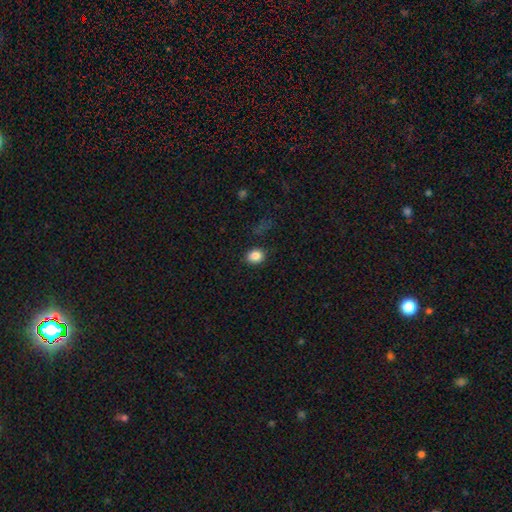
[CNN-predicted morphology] A smooth galaxy with no disk features (85%) that is round (56%). Merging: none (82%).